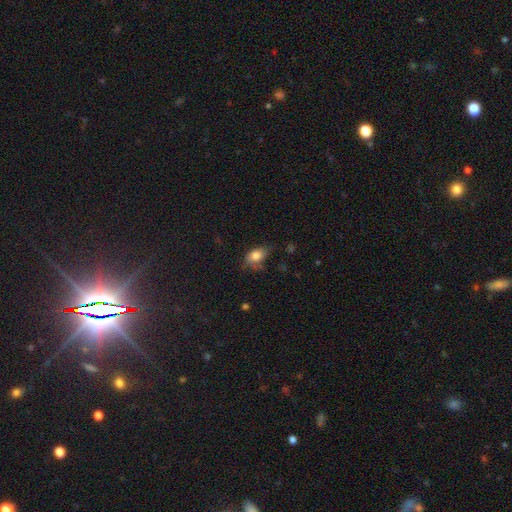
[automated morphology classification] Smooth or featured? smooth (81%)
How rounded? in between (83%)
Merging? none (53%)